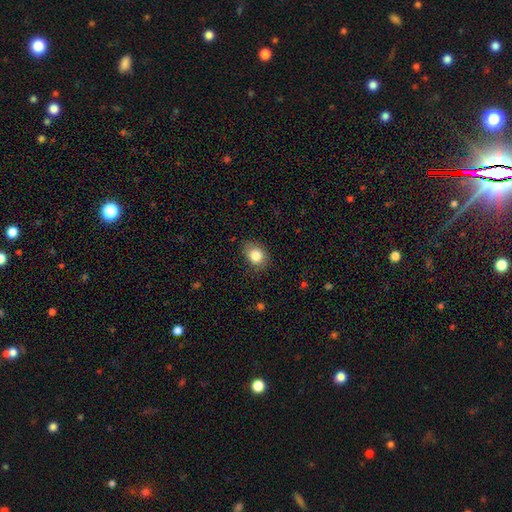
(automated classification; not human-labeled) smooth 83%, star or artifact 9%, featured or disk 8%. Down the decision tree: how rounded — in between (52%); merging — none (77%).